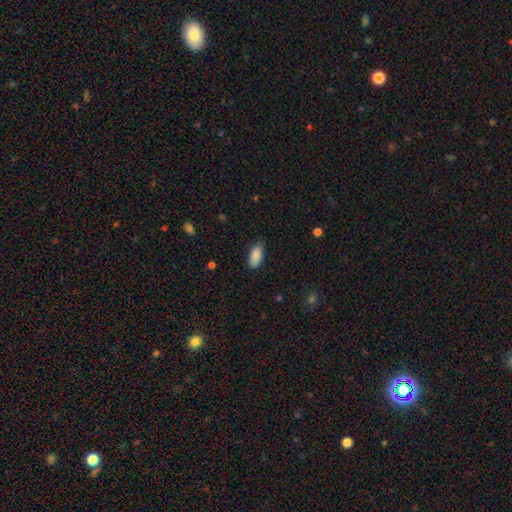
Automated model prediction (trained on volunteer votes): smooth 89%, star or artifact 7%, featured or disk 4%. Down the decision tree: how rounded — in between (91%); merging — none (79%).